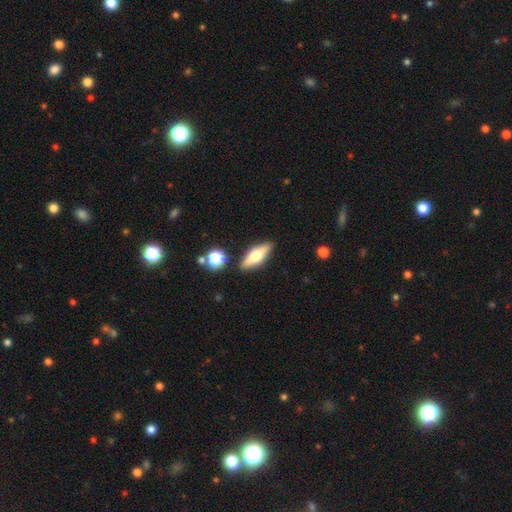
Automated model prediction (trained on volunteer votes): Morphology: type=smooth (48%); merging=none (86%).